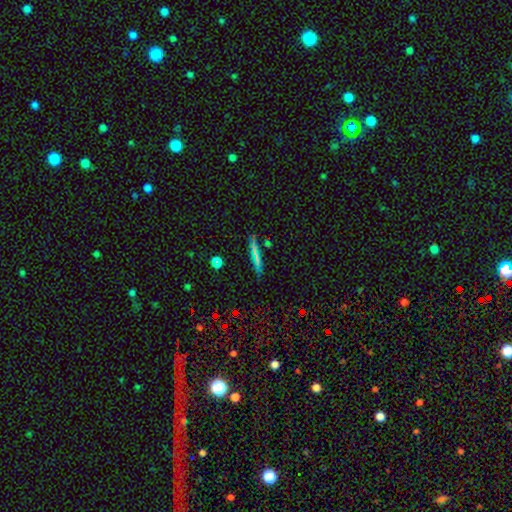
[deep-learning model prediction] Morphology: type=smooth (53%); roundness=cigar-shaped (84%); merging=none (86%).